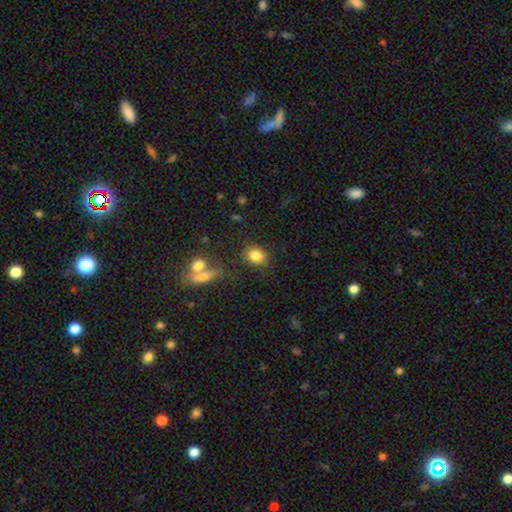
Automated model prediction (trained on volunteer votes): Smooth or featured? Predicted: smooth (p=0.83). How rounded? Predicted: in between (p=0.50). Merging? Predicted: none (p=0.80).